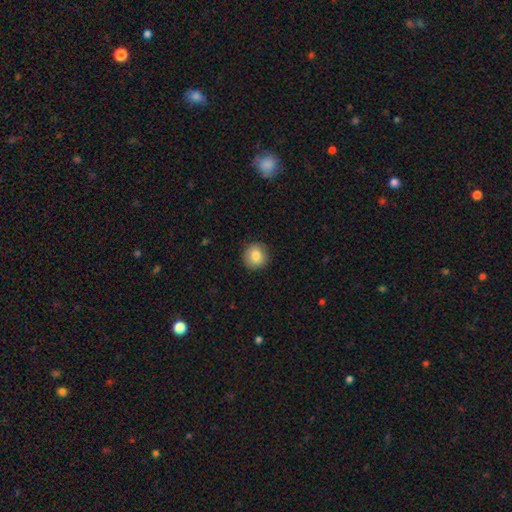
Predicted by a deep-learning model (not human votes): Smooth or featured: smooth — 84% (star or artifact — 9%)
How rounded: round — 91% (in between — 8%)
Merging: none — 90% (minor disturbance — 7%)